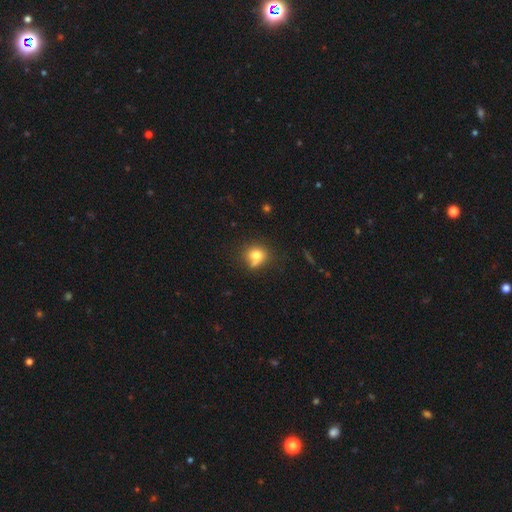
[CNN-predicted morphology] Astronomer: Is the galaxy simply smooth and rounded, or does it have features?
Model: smooth — 76%.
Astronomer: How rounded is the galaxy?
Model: round — 80%.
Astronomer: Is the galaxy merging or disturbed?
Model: none — 56%.